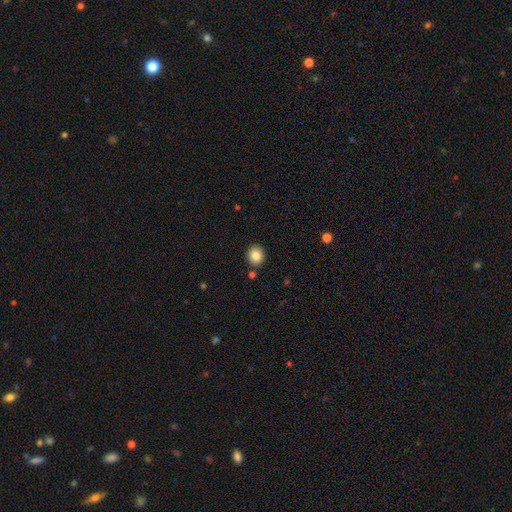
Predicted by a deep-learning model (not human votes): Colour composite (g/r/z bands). It shows a smooth galaxy with no disk features (86%) that is round (80%). Merging: none (86%).